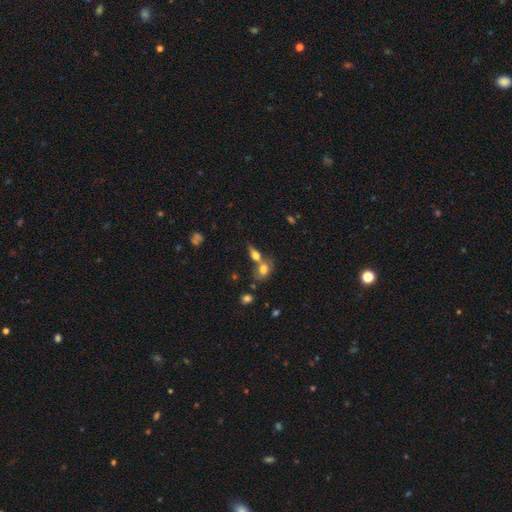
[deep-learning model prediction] Q: Smooth or featured?
A: smooth (66%); runner-up: featured or disk (23%)
Q: How rounded?
A: in between (66%); runner-up: round (22%)
Q: Merging?
A: merger (49%); runner-up: none (37%)